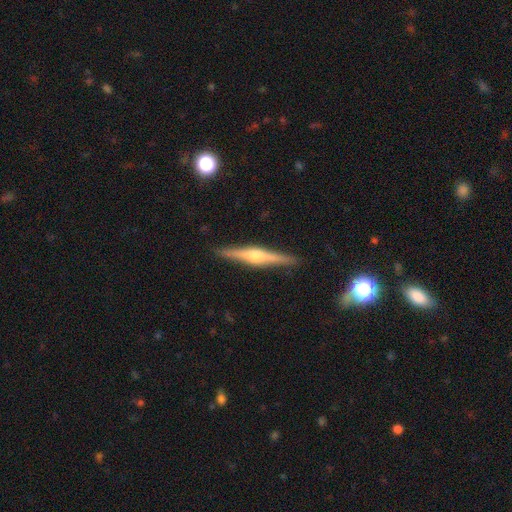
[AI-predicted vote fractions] smooth_or_featured: featured or disk (p=0.78) [alt: smooth p=0.17]
disk_edge_on: yes (p=0.98) [alt: no p=0.02]
edge_on_bulge: rounded (p=0.90) [alt: boxy p=0.06]
merging: none (p=0.91) [alt: minor disturbance p=0.06]